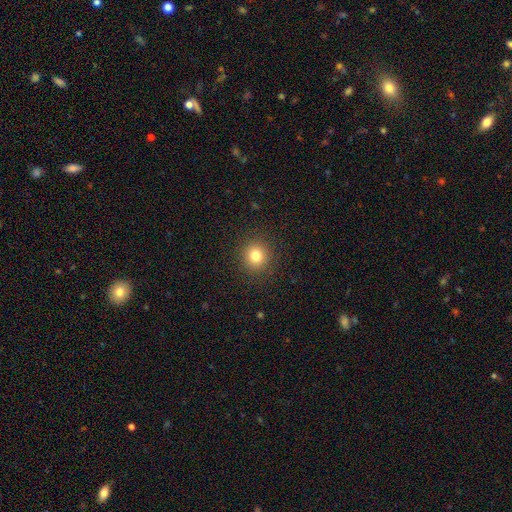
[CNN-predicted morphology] Q: Smooth or featured?
A: smooth (81%); runner-up: star or artifact (13%)
Q: How rounded?
A: round (90%); runner-up: in between (10%)
Q: Merging?
A: none (91%); runner-up: minor disturbance (6%)